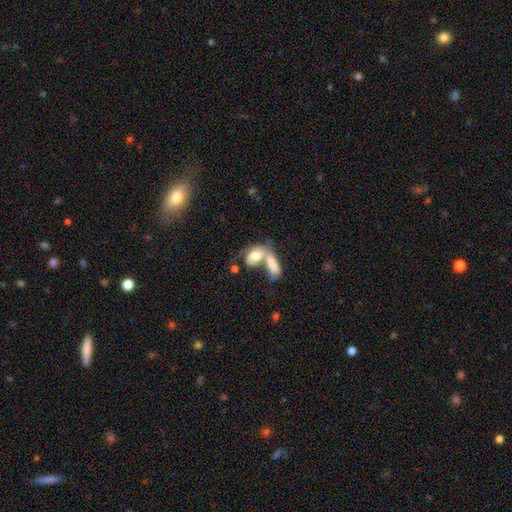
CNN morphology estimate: This is possibly a smooth galaxy (54%). How rounded: clearly in between (81%). Merging: likely merger (70%).